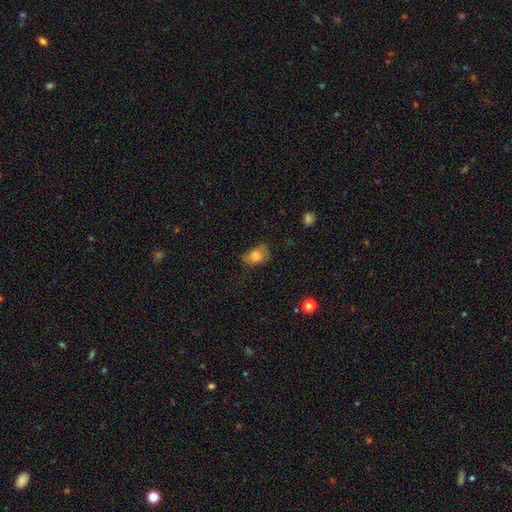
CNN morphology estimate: type=smooth (78%); roundness=in between (82%); merging=none (57%).